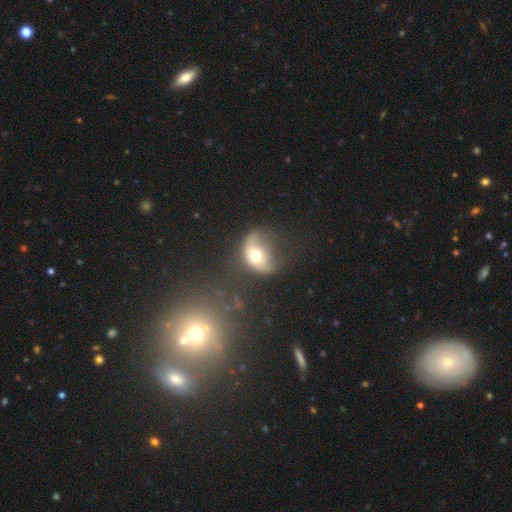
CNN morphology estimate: This is possibly a smooth galaxy (49%). Merging: marginally major disturbance (38%).